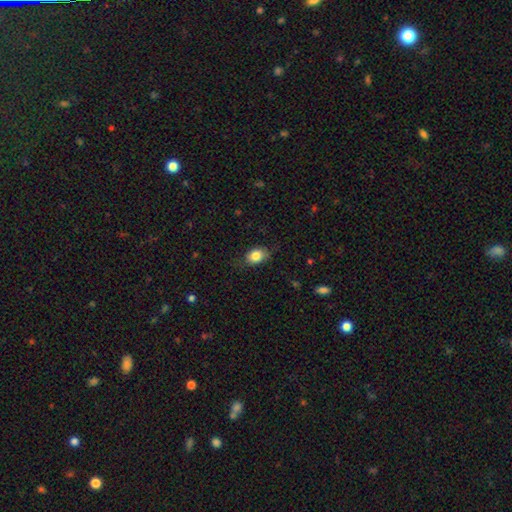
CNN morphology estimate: The model was most divided on "how rounded": in between: 71%, round: 28%, cigar-shaped: 1%. More confident: smooth or featured — smooth (83%); merging — none (75%).